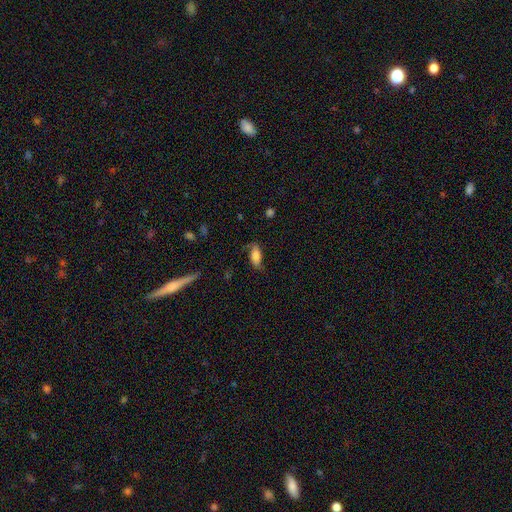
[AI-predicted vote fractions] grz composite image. It shows a smooth galaxy with no disk features (70%) that is in between round and cigar-shaped (79%). Merging: none (63%).